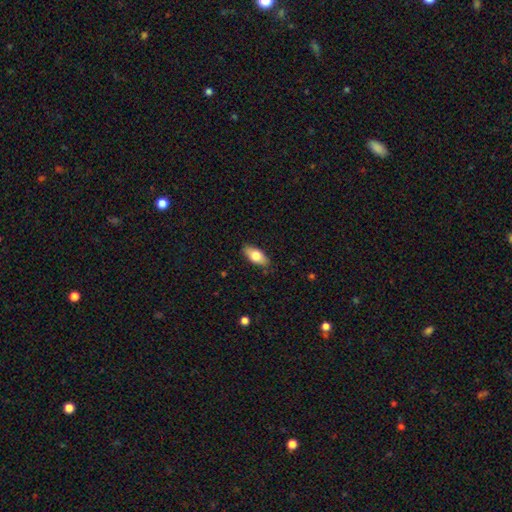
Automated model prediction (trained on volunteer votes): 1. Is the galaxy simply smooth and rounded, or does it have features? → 75% smooth, 19% featured or disk, 6% star or artifact.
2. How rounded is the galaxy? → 86% in between, 10% cigar-shaped, 3% round.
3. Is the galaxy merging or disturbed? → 85% none, 12% minor disturbance, 2% major disturbance, 1% merger.